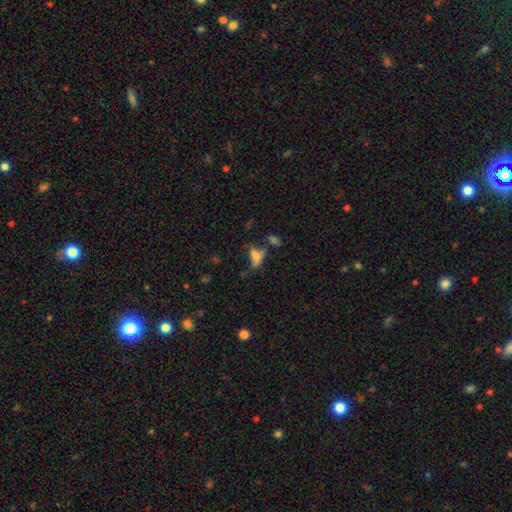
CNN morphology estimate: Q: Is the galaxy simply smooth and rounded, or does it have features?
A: smooth — 62%.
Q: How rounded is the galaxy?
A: in between — 79%.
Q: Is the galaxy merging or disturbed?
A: none — 30%.